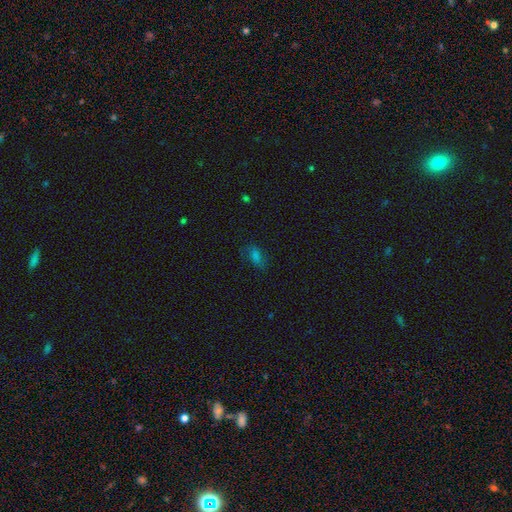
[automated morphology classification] The model was most divided on "smooth or featured": smooth: 60%, star or artifact: 25%, featured or disk: 15%. More confident: how rounded — in between (81%); merging — none (75%).